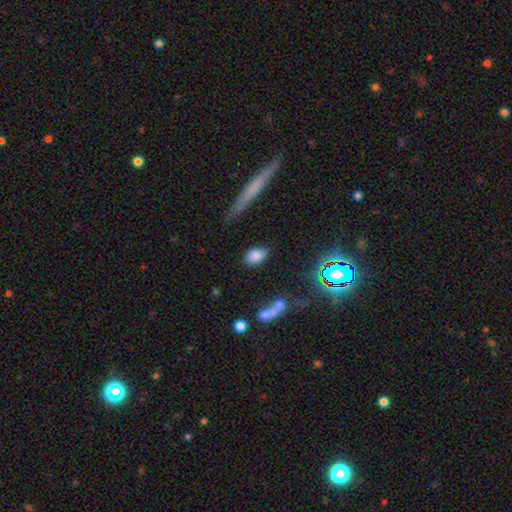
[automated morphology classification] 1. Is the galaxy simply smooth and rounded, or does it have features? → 81% smooth, 10% star or artifact, 9% featured or disk.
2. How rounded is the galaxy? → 87% in between, 11% round, 2% cigar-shaped.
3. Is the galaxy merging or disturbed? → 72% none, 17% minor disturbance, 6% major disturbance, 5% merger.